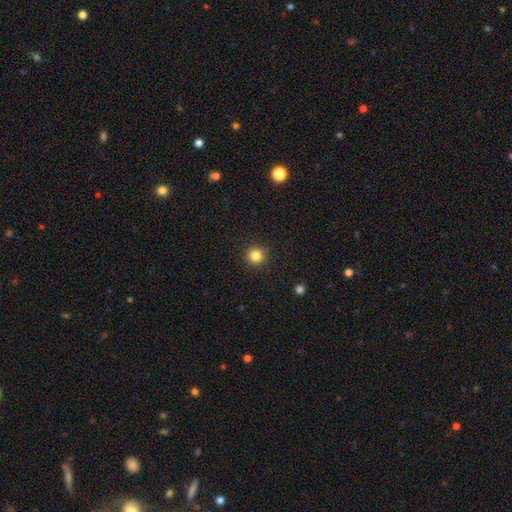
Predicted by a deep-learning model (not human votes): Smooth or featured: smooth — 83% (star or artifact — 12%)
How rounded: round — 95% (in between — 4%)
Merging: none — 92% (minor disturbance — 5%)